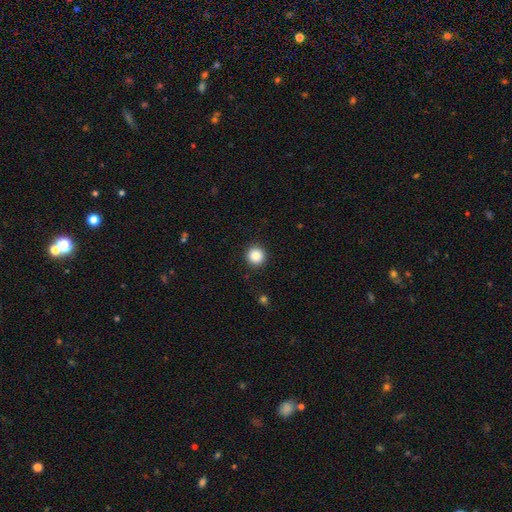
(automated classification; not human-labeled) A smooth galaxy with no disk features (87%) that is round (95%). Merging: none (92%).